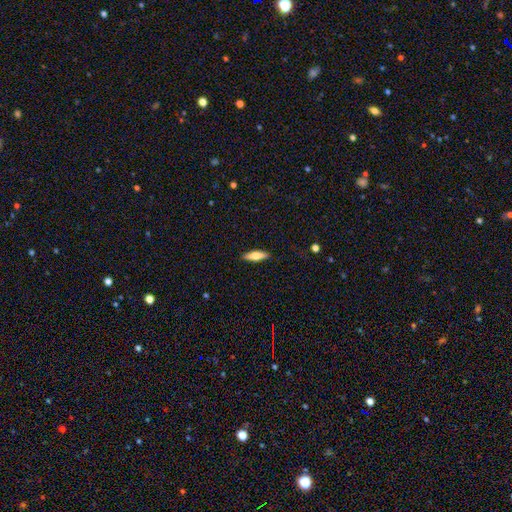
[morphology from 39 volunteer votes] type=smooth (49%); roundness=in between (47%, tied with cigar-shaped); merging=none (94%).